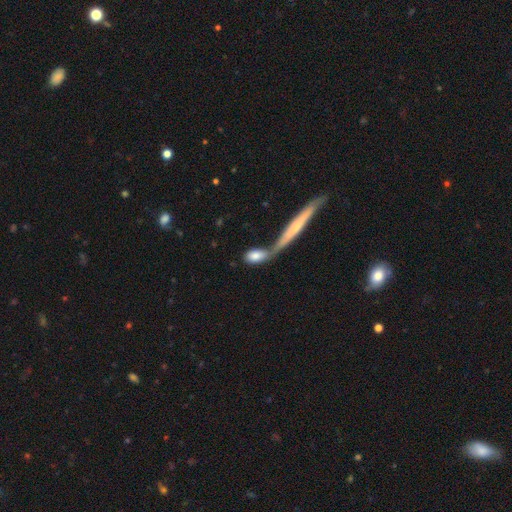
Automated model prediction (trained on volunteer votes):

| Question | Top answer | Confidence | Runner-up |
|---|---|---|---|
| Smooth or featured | smooth | 75% | featured or disk (18%) |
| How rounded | in between | 71% | cigar-shaped (20%) |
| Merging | merger | 44% | none (36%) |